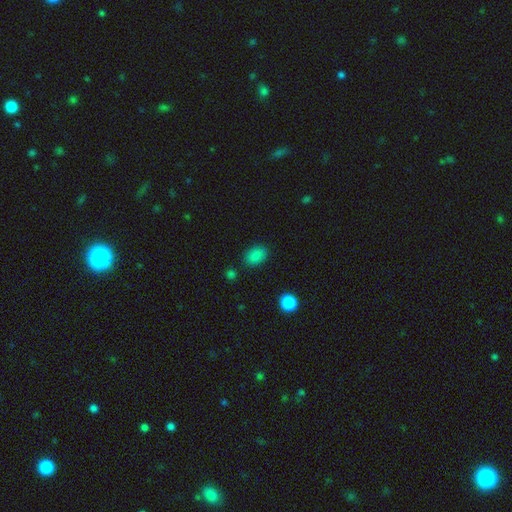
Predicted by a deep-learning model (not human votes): Smooth or featured?
  - smooth: 85% *
  - star or artifact: 10%
  - featured or disk: 5%
How rounded?
  - in between: 80% *
  - round: 19%
  - cigar-shaped: 1%
Merging?
  - none: 85% *
  - minor disturbance: 10%
  - major disturbance: 3%
  - merger: 2%